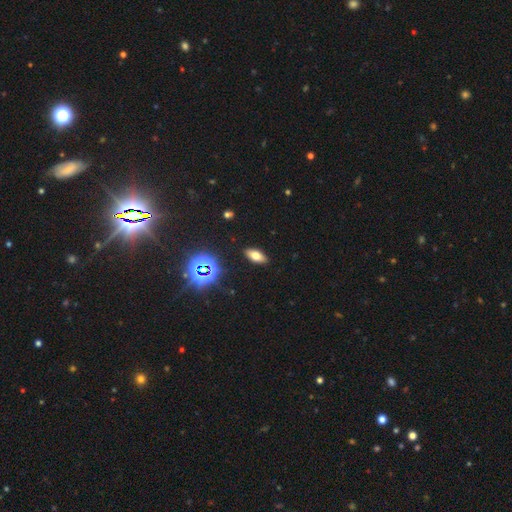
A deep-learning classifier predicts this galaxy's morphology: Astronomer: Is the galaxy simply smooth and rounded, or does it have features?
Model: smooth — 61%.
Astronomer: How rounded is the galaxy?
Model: in between — 80%.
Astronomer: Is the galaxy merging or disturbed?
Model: none — 89%.